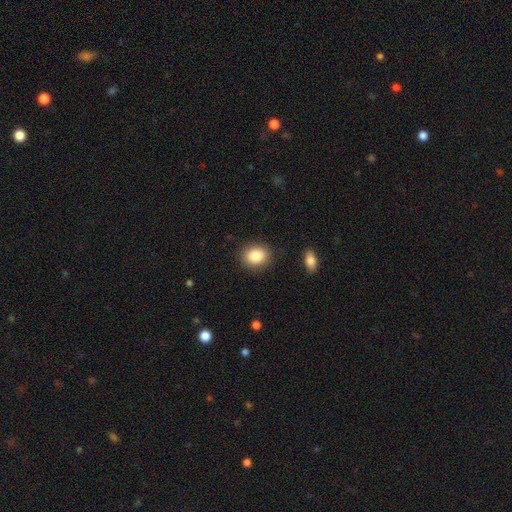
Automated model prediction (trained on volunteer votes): Overall: smooth (85%). How rounded: round (56%; in between 43%). Merging: none (87%).